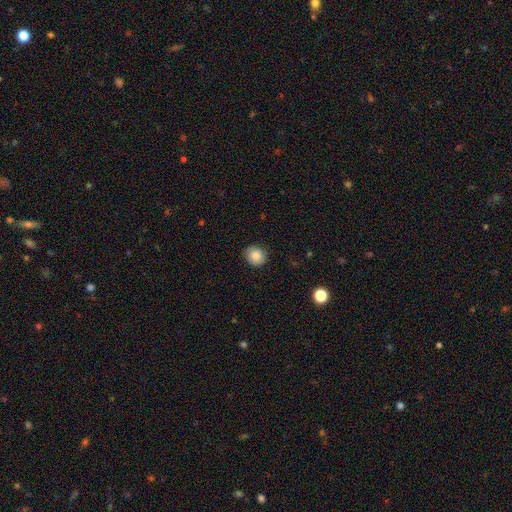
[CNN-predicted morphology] Smooth or featured? Predicted: smooth (p=0.86). How rounded? Predicted: round (p=0.78). Merging? Predicted: none (p=0.87).